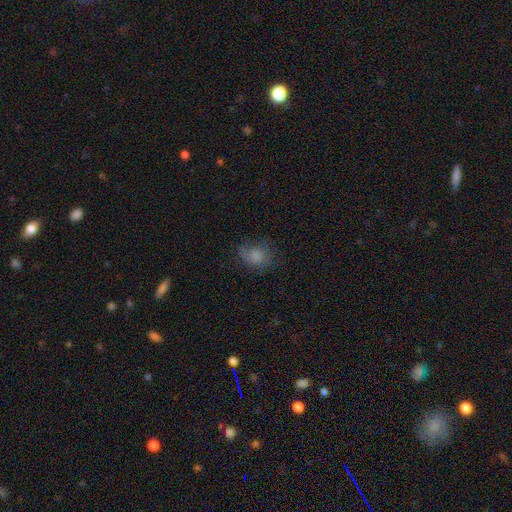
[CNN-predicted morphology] Smooth or featured?
  - smooth: 72% *
  - featured or disk: 15%
  - star or artifact: 13%
How rounded?
  - in between: 54% *
  - round: 45%
  - cigar-shaped: 1%
Merging?
  - none: 54% *
  - minor disturbance: 27%
  - major disturbance: 18%
  - merger: 2%